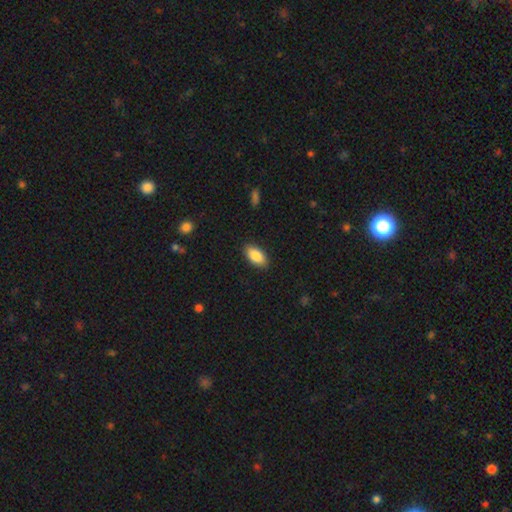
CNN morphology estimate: Smooth or featured? smooth (87%)
How rounded? in between (93%)
Merging? none (88%)